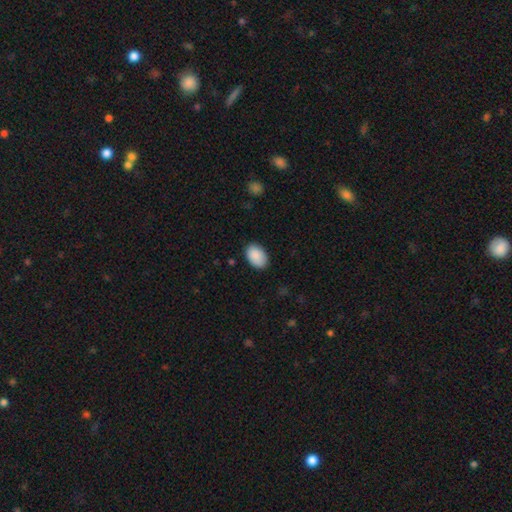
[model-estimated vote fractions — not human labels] Smooth or featured: smooth — 90% (star or artifact — 6%)
How rounded: in between — 88% (round — 11%)
Merging: none — 84% (minor disturbance — 12%)